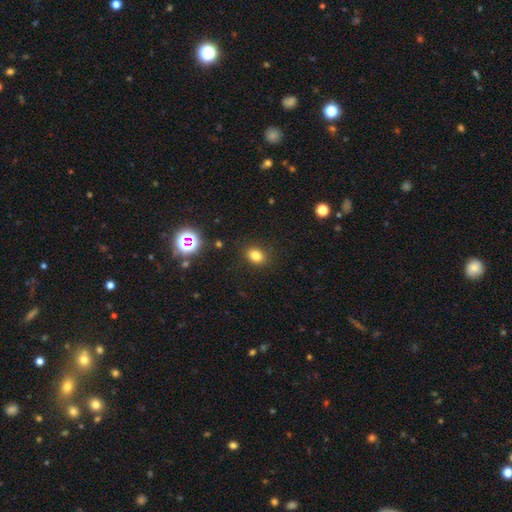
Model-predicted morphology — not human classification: A smooth galaxy with no disk features (79%) that is in between round and cigar-shaped (65%). Merging: none (87%).